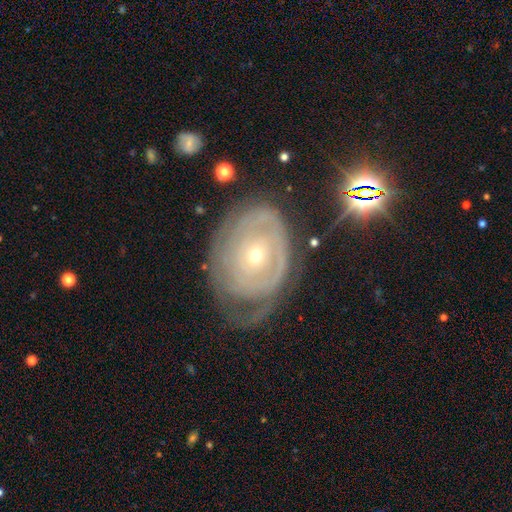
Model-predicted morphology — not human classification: A featured or disk galaxy (78%) with no bar (78%), tight (76%) spiral arms (79%) and a small central bulge (66%). Merging: none (52%).